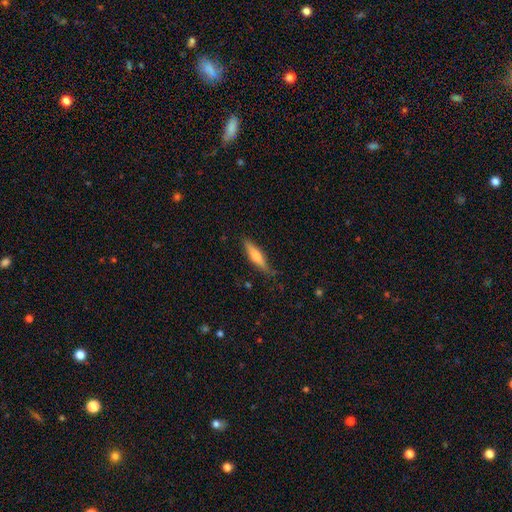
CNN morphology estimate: Q: Smooth or featured?
A: featured or disk (48%); runner-up: smooth (47%)
Q: Merging?
A: none (81%); runner-up: minor disturbance (14%)